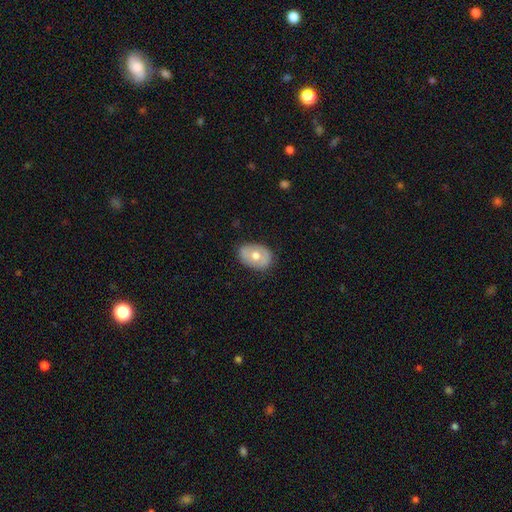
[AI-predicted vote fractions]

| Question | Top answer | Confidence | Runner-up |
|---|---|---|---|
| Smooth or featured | smooth | 56% | featured or disk (37%) |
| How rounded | in between | 73% | round (26%) |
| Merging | none | 82% | minor disturbance (14%) |